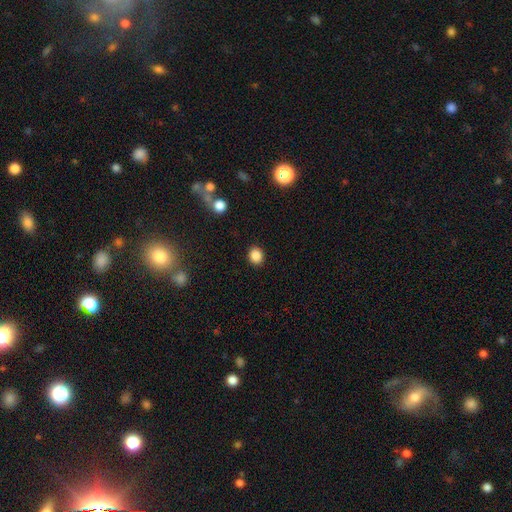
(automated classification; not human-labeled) smooth 86%, star or artifact 10%, featured or disk 3%. Down the decision tree: how rounded — round (69%); merging — none (90%).